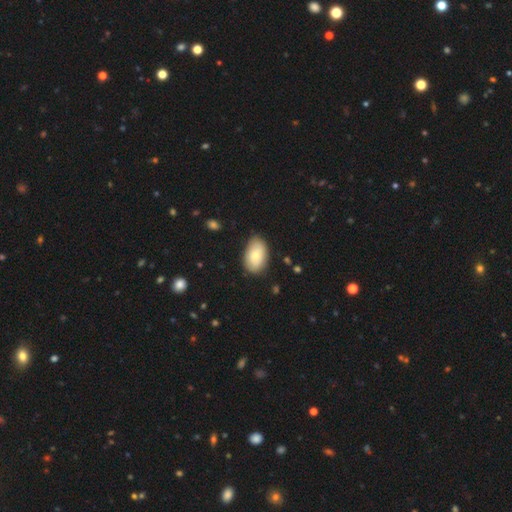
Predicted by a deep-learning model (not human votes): A smooth galaxy with no disk features (68%) that is in between round and cigar-shaped (90%). Merging: none (79%).